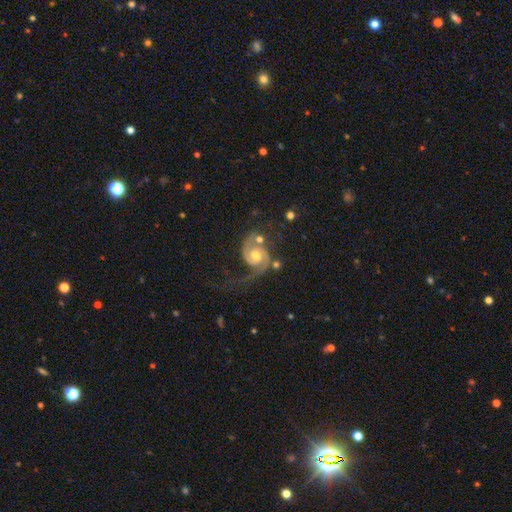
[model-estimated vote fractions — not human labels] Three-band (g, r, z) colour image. It shows a featured or disk galaxy (88%) with no bar (66%), 2 (86%) medium (49%) spiral arms (97%) and a moderate central bulge (70%). Merging: none (45%).